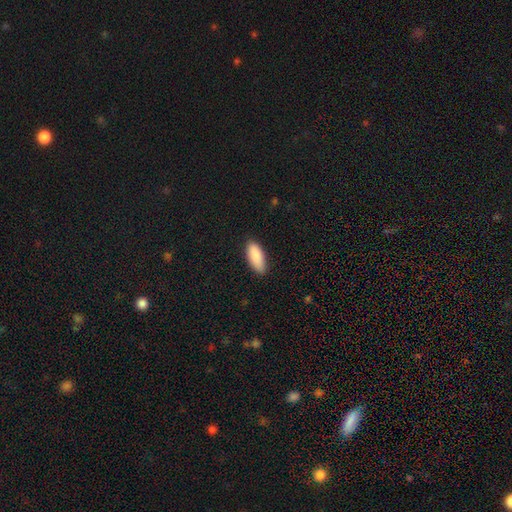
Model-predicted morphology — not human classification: smooth 90%, star or artifact 6%, featured or disk 5%. Down the decision tree: how rounded — in between (79%); merging — none (85%).